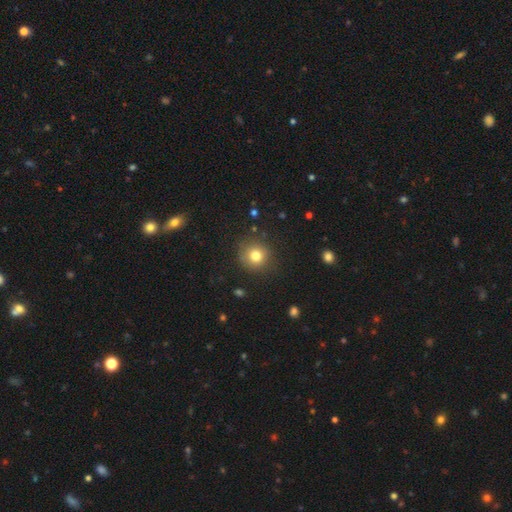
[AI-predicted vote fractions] smooth 78%, star or artifact 13%, featured or disk 9%. Down the decision tree: how rounded — round (92%); merging — none (85%).